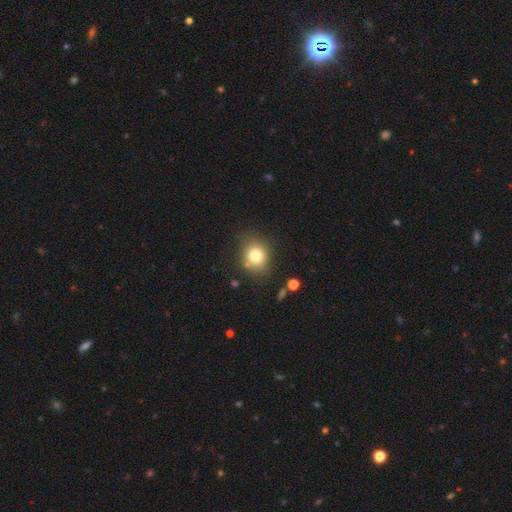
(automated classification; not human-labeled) A smooth galaxy with no disk features (78%) that is round (62%). Merging: none (74%).